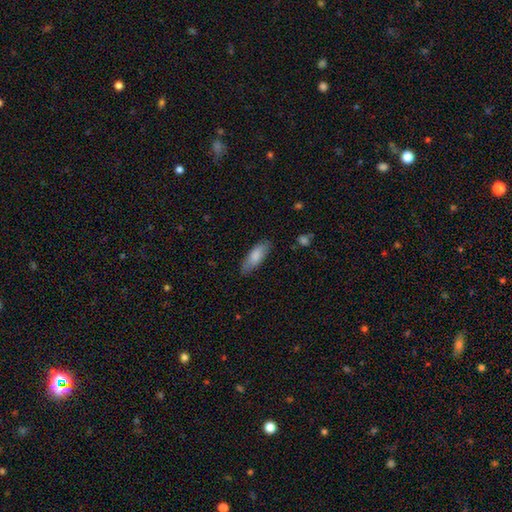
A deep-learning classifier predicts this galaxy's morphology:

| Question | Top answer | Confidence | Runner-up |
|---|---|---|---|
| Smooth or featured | smooth | 82% | featured or disk (12%) |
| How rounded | in between | 65% | cigar-shaped (33%) |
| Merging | none | 80% | minor disturbance (16%) |